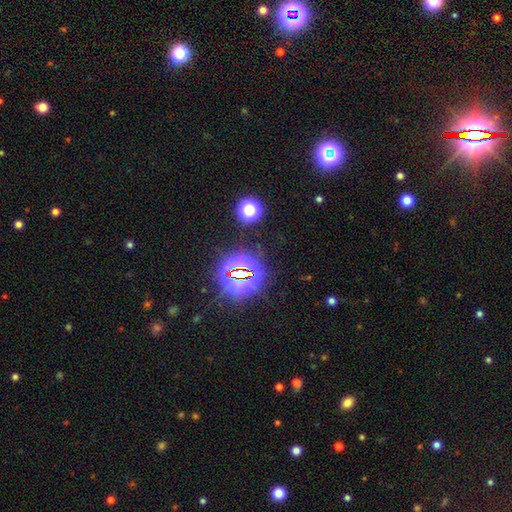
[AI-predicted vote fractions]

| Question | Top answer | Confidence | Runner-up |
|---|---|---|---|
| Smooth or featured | star or artifact | 82% | smooth (11%) |